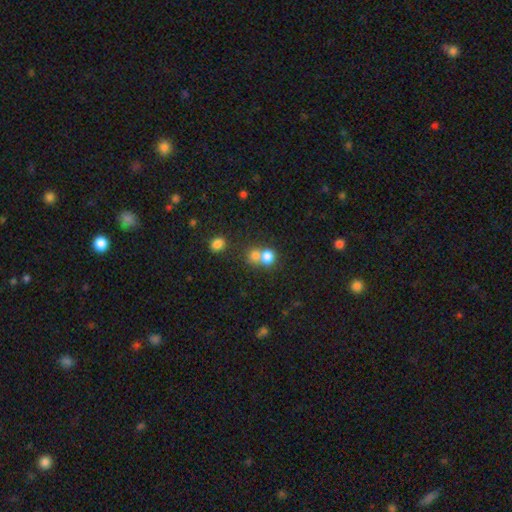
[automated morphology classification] This appears to be a smooth galaxy with no disk features (77%) that is round (77%). Merging: merger (54%).